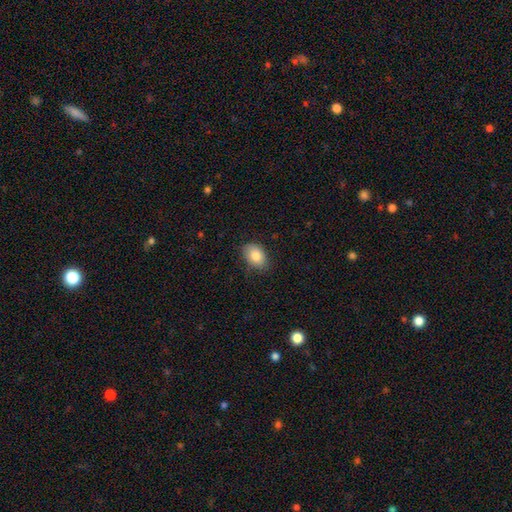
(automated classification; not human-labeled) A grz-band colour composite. It shows a smooth galaxy with no disk features (84%) that is in between round and cigar-shaped (85%). Merging: none (80%).